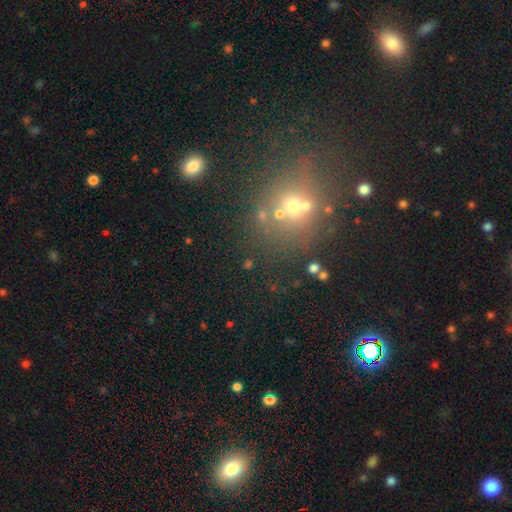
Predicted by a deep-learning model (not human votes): A star or artifact, not a galaxy (45%).

Vote fractions:
- Smooth or featured? star or artifact: 45% / smooth: 37% / featured or disk: 18%